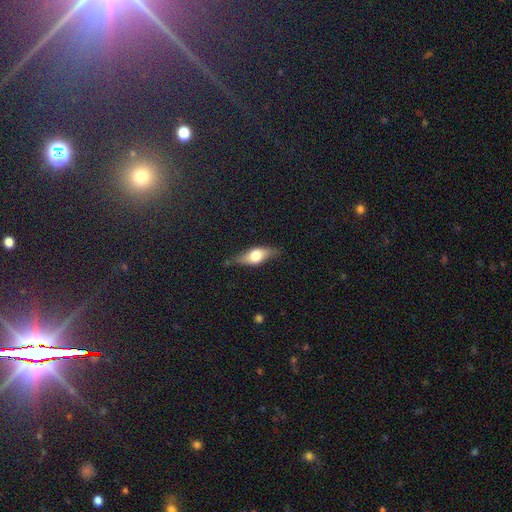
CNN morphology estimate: A smooth galaxy with no disk features (52%) that is in between round and cigar-shaped (66%). Merging: none (74%).